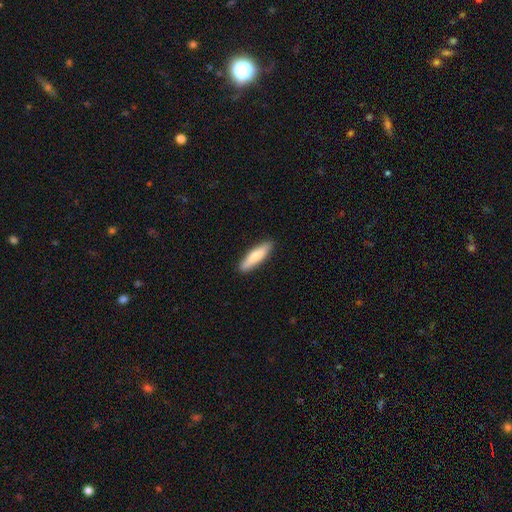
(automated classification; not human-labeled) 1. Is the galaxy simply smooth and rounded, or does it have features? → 74% smooth, 21% featured or disk, 5% star or artifact.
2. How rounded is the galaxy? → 70% cigar-shaped, 28% in between, 2% round.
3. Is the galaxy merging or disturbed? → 90% none, 8% minor disturbance, 2% major disturbance, 1% merger.